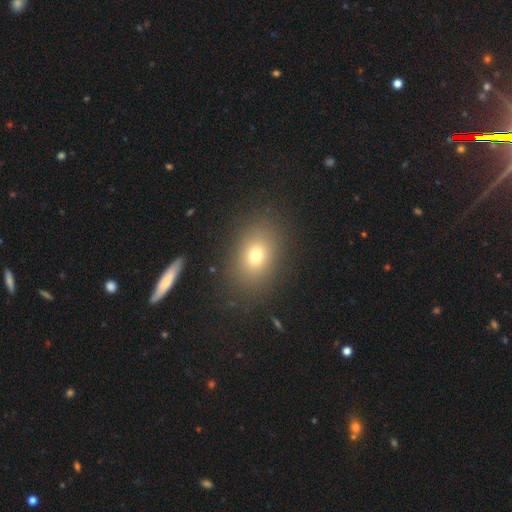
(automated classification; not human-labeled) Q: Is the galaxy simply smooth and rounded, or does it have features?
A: smooth — 71%.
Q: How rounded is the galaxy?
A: in between — 66%.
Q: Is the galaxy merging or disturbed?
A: none — 84%.